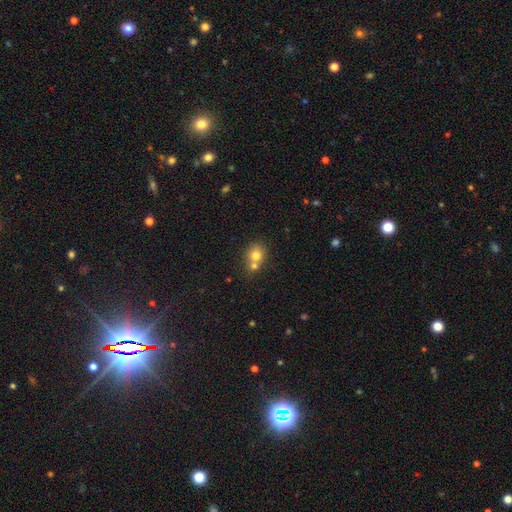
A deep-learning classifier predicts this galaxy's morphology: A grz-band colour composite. It shows a smooth galaxy with no disk features (75%) that is round (75%). Merging: merger (51%).